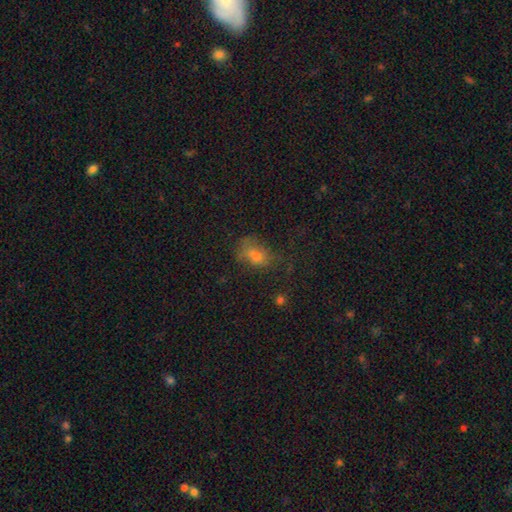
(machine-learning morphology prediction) type=smooth (67%); roundness=in between (77%); merging=none (47%).